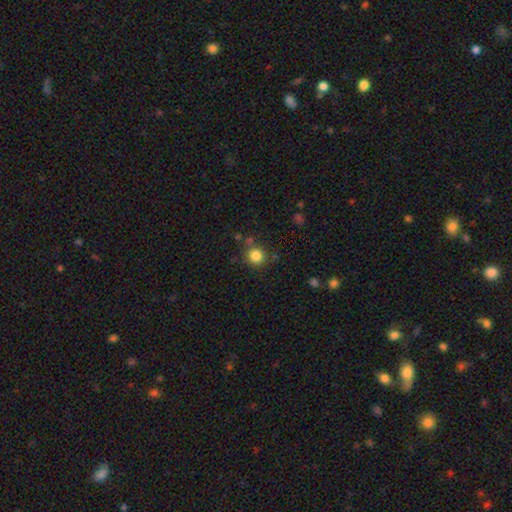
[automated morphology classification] Smooth or featured? smooth (83%)
How rounded? round (91%)
Merging? none (78%)